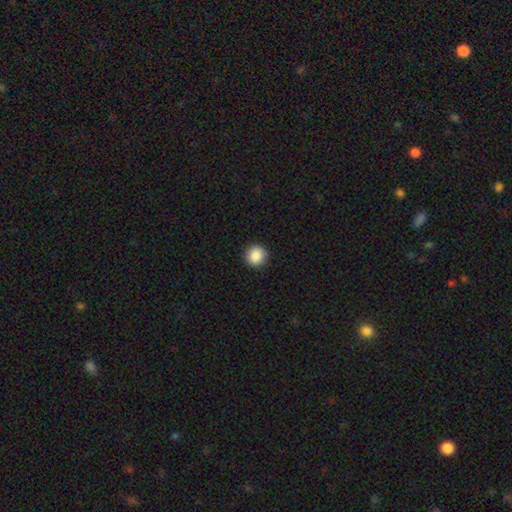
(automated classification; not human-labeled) Morphology: type=smooth (89%); roundness=round (94%); merging=none (93%).